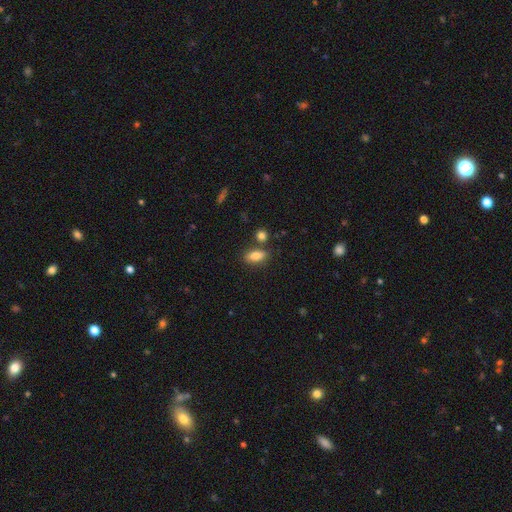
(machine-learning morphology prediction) Smooth or featured?
  - smooth: 82% *
  - featured or disk: 10%
  - star or artifact: 8%
How rounded?
  - in between: 80% *
  - cigar-shaped: 15%
  - round: 5%
Merging?
  - none: 77% *
  - minor disturbance: 11%
  - merger: 9%
  - major disturbance: 3%